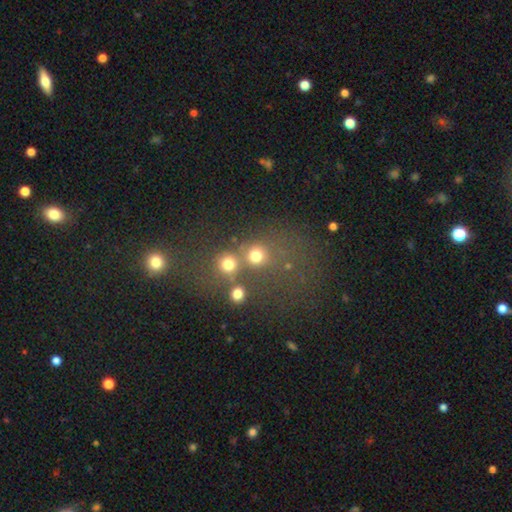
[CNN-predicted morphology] Q: Smooth or featured?
A: smooth (72%); runner-up: star or artifact (19%)
Q: How rounded?
A: round (85%); runner-up: in between (13%)
Q: Merging?
A: none (50%); runner-up: merger (36%)